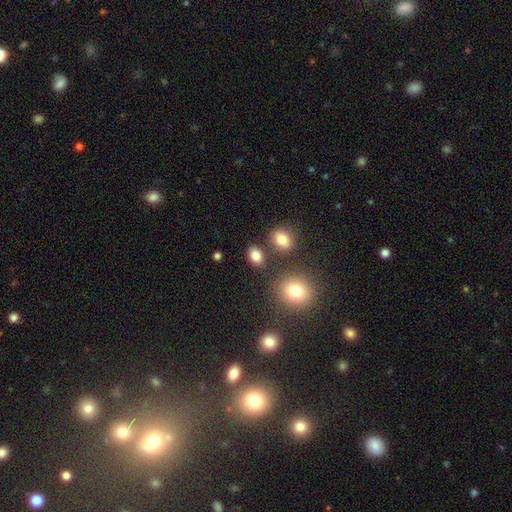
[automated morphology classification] Smooth or featured? Predicted: smooth (p=0.83). How rounded? Predicted: in between (p=0.68). Merging? Predicted: none (p=0.78).